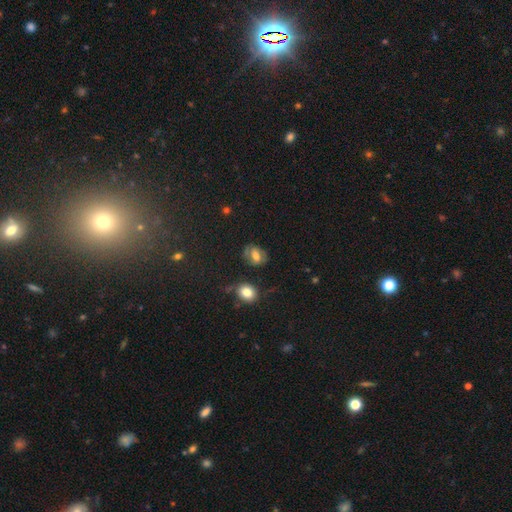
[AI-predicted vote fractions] smooth_or_featured: smooth (p=0.51) [alt: featured or disk p=0.35]
how_rounded: in between (p=0.62) [alt: round p=0.36]
merging: none (p=0.69) [alt: minor disturbance p=0.20]